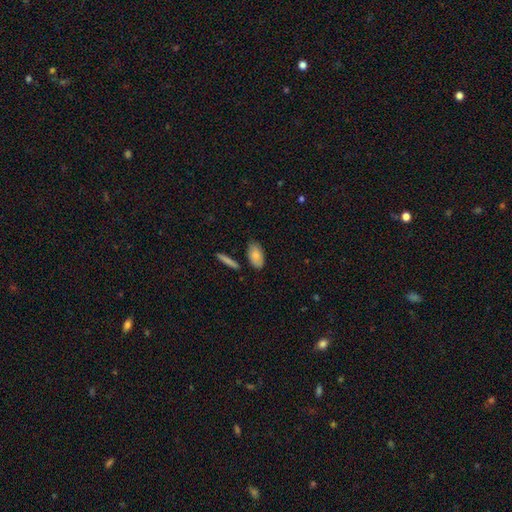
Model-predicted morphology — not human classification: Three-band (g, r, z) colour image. It shows a smooth galaxy with no disk features (81%) that is in between round and cigar-shaped (91%). Merging: none (80%).